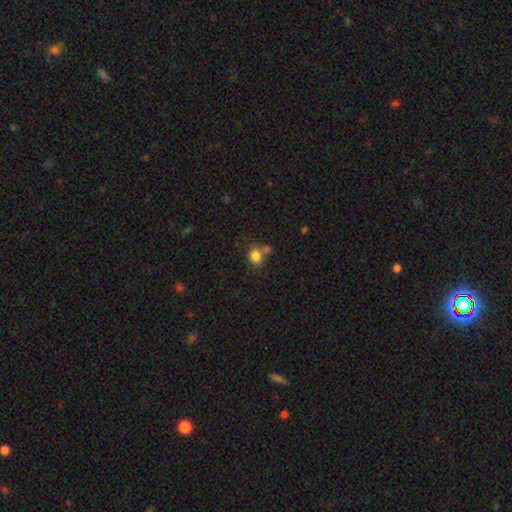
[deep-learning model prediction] smooth-or-featured: smooth: 83% | star or artifact: 11% | featured or disk: 7%
  how-rounded: round: 63% | in between: 36% | cigar-shaped: 1%
  merging: none: 55% | merger: 28% | minor disturbance: 12% | major disturbance: 5%